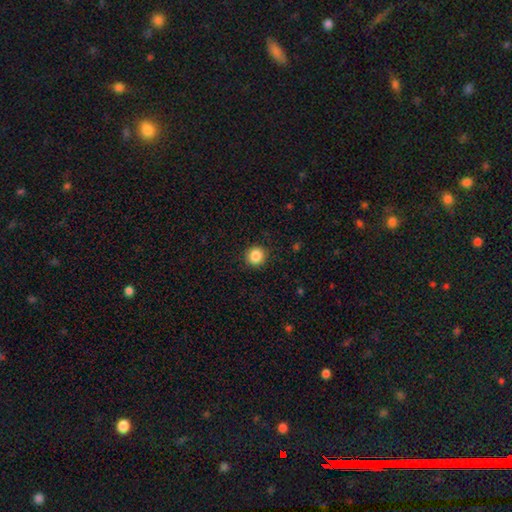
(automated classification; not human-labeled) smooth-or-featured: smooth: 87% | star or artifact: 10% | featured or disk: 4%
  how-rounded: round: 91% | in between: 8% | cigar-shaped: 1%
  merging: none: 90% | minor disturbance: 7% | major disturbance: 2% | merger: 1%